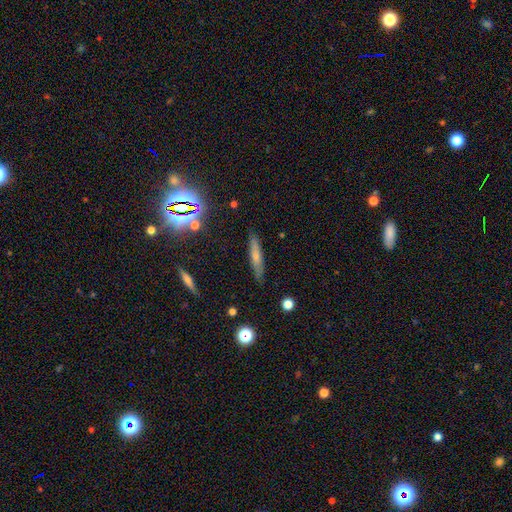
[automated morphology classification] This is possibly a smooth galaxy (46%). Merging: clearly none (86%).